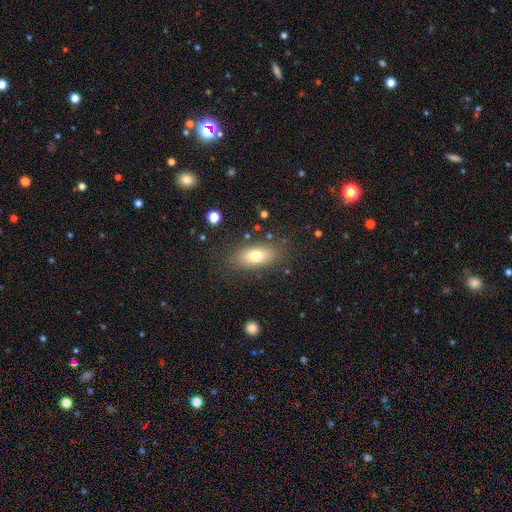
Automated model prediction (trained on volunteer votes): Smooth or featured: smooth — 77% (featured or disk — 15%)
How rounded: in between — 87% (cigar-shaped — 9%)
Merging: none — 81% (minor disturbance — 12%)